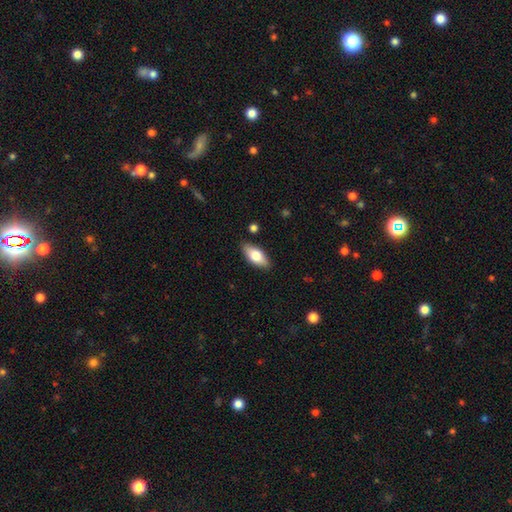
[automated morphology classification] Smooth or featured?
  - smooth: 75% *
  - featured or disk: 19%
  - star or artifact: 6%
How rounded?
  - in between: 87% *
  - cigar-shaped: 11%
  - round: 2%
Merging?
  - none: 86% *
  - minor disturbance: 10%
  - major disturbance: 2%
  - merger: 2%